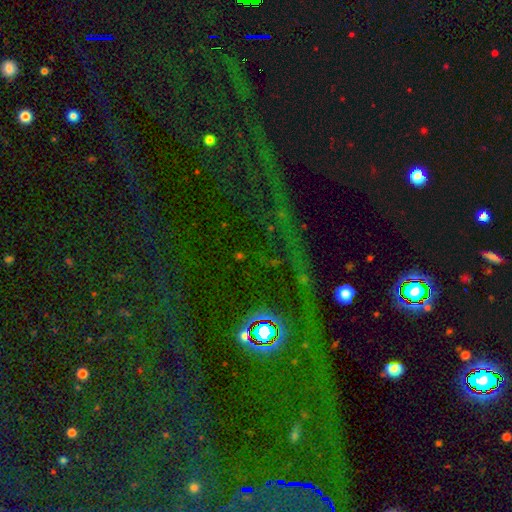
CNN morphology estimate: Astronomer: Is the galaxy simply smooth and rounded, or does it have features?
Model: star or artifact — 79%.